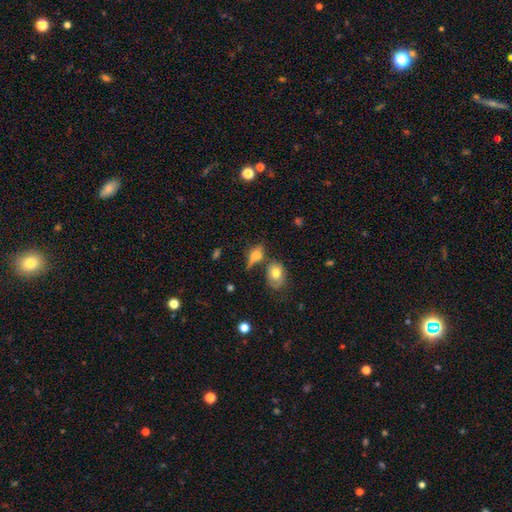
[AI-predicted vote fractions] smooth-or-featured: smooth: 61% | featured or disk: 28% | star or artifact: 11%
  how-rounded: in between: 66% | round: 19% | cigar-shaped: 15%
  merging: none: 47% | merger: 23% | minor disturbance: 19% | major disturbance: 10%